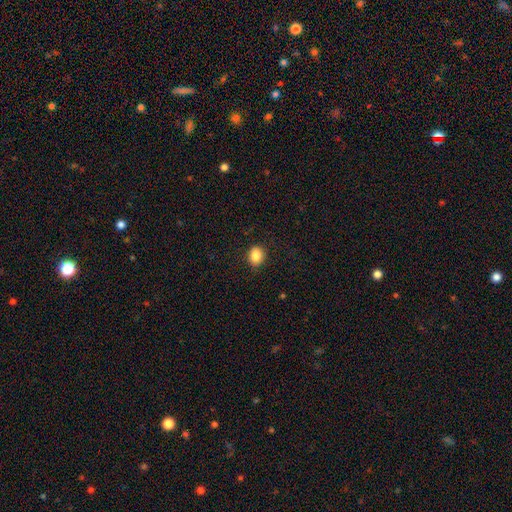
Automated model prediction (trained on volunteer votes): This is clearly a smooth galaxy (86%). How rounded: possibly round (59%). Merging: clearly none (87%).